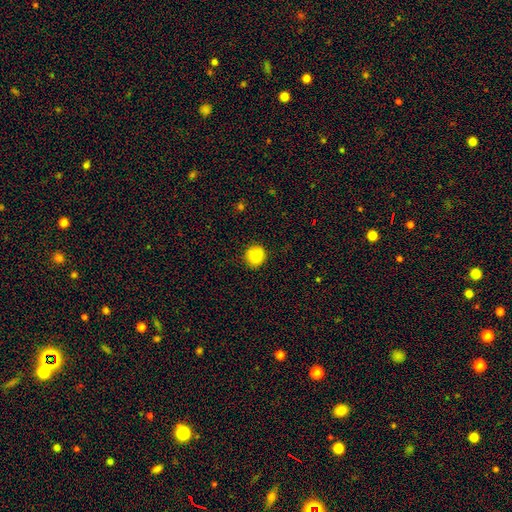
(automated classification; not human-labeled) Overall: smooth (87%). How rounded: round (89%). Merging: none (90%).